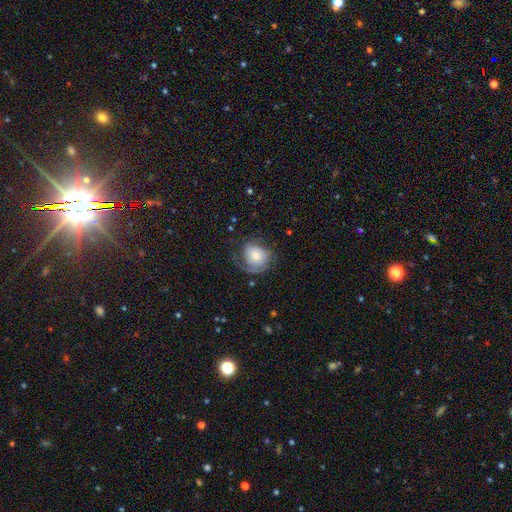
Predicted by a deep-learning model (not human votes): Smooth or featured?
  - featured or disk: 49% *
  - smooth: 44%
  - star or artifact: 8%
Merging?
  - none: 52% *
  - minor disturbance: 24%
  - major disturbance: 22%
  - merger: 2%